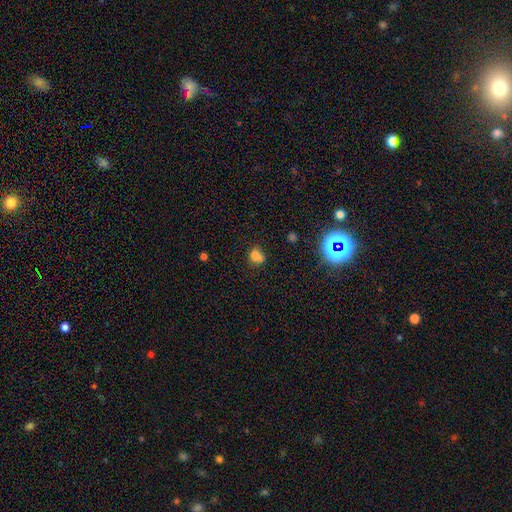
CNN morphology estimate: This appears to be a smooth galaxy with no disk features (73%) that is round (60%). Merging: none (46%).